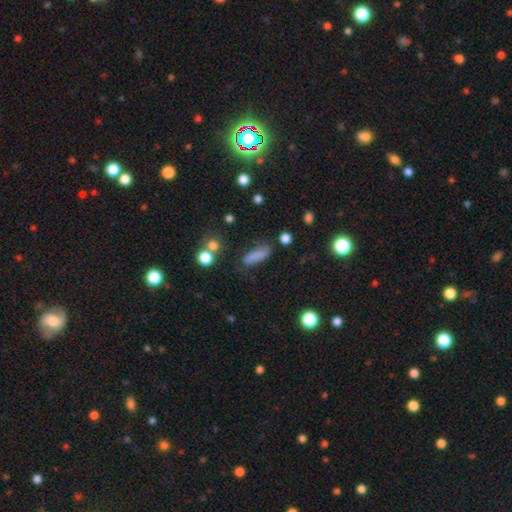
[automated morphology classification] Smooth or featured? Predicted: smooth (p=0.80). How rounded? Predicted: in between (p=0.48, tied with cigar-shaped). Merging? Predicted: none (p=0.65).